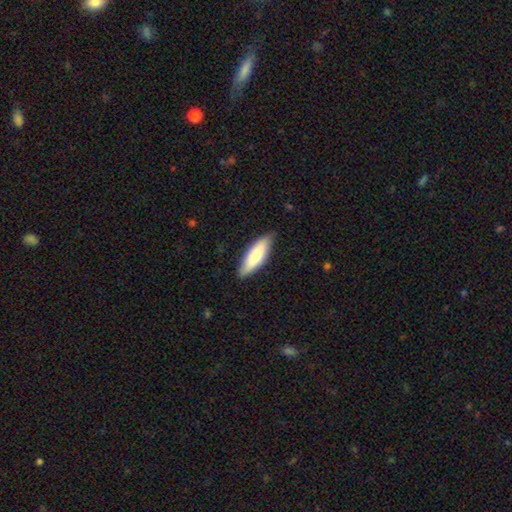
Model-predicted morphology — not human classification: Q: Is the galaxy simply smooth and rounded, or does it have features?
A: smooth — 78%.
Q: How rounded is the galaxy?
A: in between — 55%.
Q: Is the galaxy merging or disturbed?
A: none — 84%.